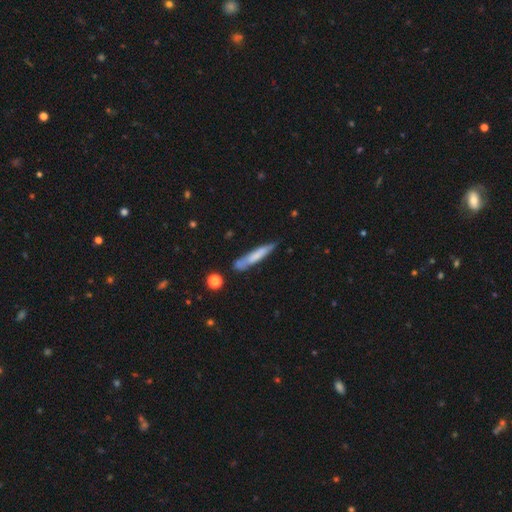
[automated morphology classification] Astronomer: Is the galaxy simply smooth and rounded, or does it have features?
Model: smooth — 63%.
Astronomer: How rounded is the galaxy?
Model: cigar-shaped — 91%.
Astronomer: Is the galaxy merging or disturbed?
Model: none — 68%.